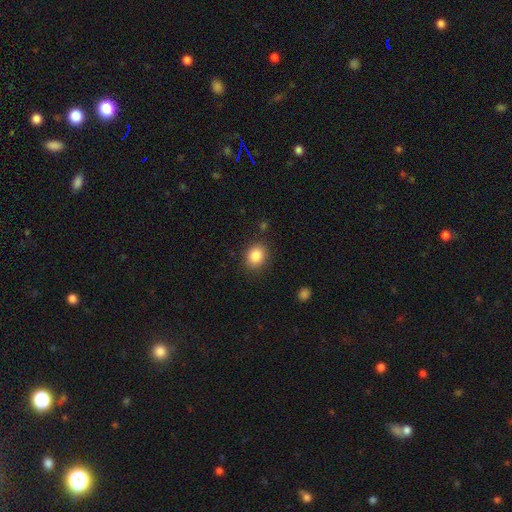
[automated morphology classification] A smooth galaxy with no disk features (85%) that is round (64%). Merging: none (86%).